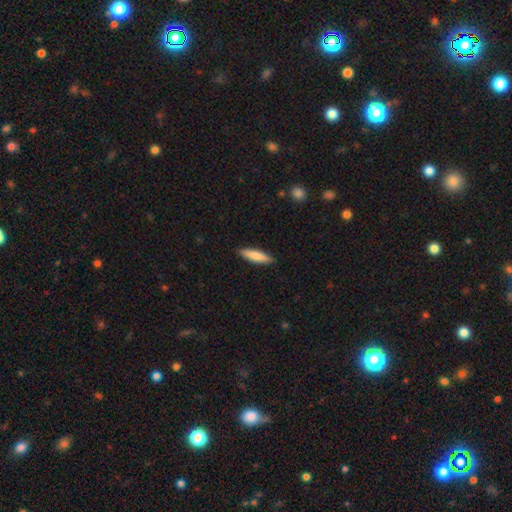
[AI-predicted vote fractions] A smooth galaxy with no disk features (78%) that is cigar-shaped (75%).

Vote fractions:
- Smooth or featured? smooth: 78% / featured or disk: 17% / star or artifact: 5%
- How rounded? cigar-shaped: 75% / in between: 23% / round: 1%
- Merging? none: 89% / minor disturbance: 8% / major disturbance: 2% / merger: 1%